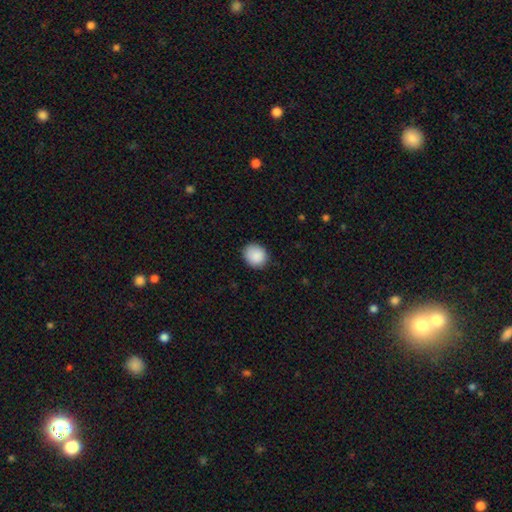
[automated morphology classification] type=smooth (89%); roundness=round (76%); merging=none (86%).